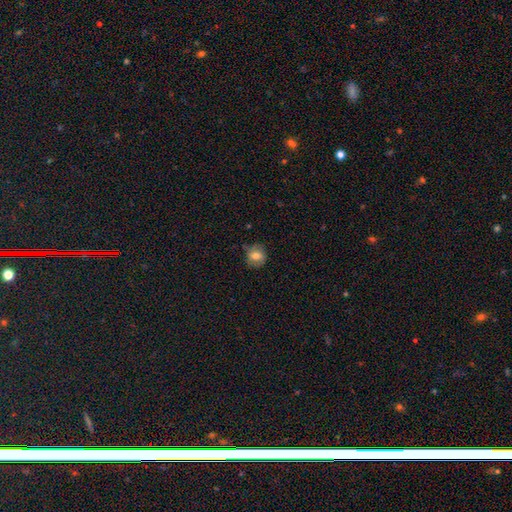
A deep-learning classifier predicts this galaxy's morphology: Q: Smooth or featured?
A: smooth (72%); runner-up: featured or disk (19%)
Q: How rounded?
A: round (76%); runner-up: in between (23%)
Q: Merging?
A: none (73%); runner-up: minor disturbance (20%)